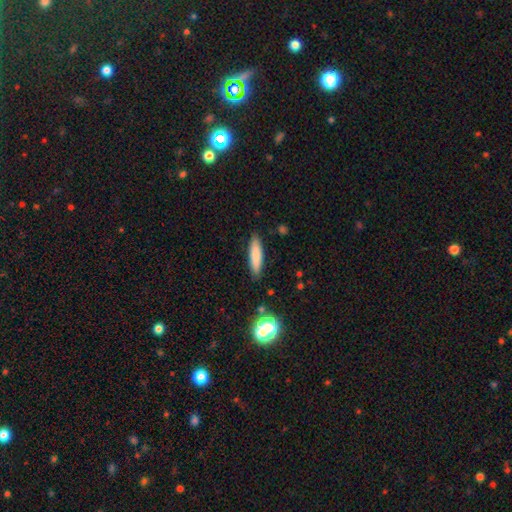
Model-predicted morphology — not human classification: The model was most divided on "how rounded": cigar-shaped: 74%, in between: 24%, round: 2%. More confident: merging — none (87%); smooth or featured — smooth (81%).